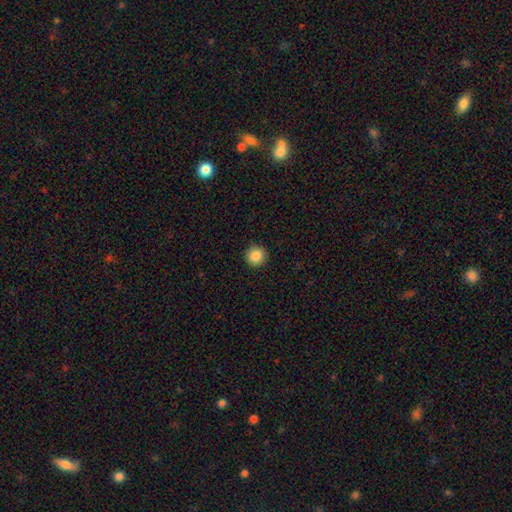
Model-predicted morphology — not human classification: type=smooth (87%); roundness=round (95%); merging=none (93%).